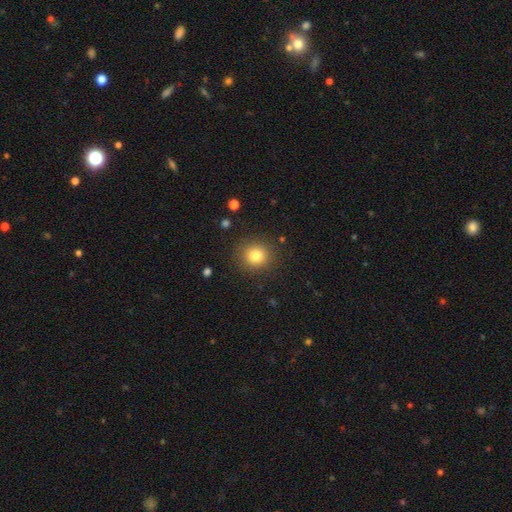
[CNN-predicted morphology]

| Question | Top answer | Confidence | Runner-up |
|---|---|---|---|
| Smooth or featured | smooth | 81% | star or artifact (12%) |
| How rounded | round | 88% | in between (11%) |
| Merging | none | 88% | minor disturbance (8%) |